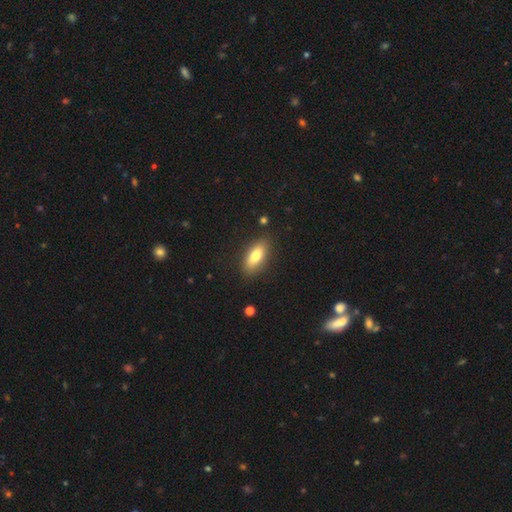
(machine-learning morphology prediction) smooth-or-featured: smooth: 75% | featured or disk: 18% | star or artifact: 7%
  how-rounded: in between: 79% | cigar-shaped: 17% | round: 3%
  merging: none: 85% | minor disturbance: 11% | major disturbance: 3% | merger: 2%